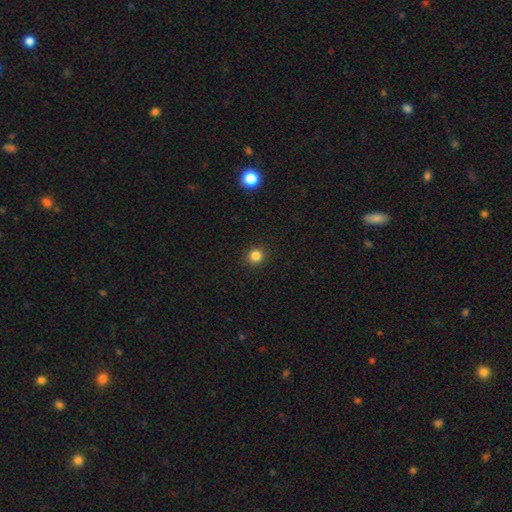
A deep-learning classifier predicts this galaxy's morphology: A smooth galaxy with no disk features (84%) that is round (91%). Merging: none (92%).